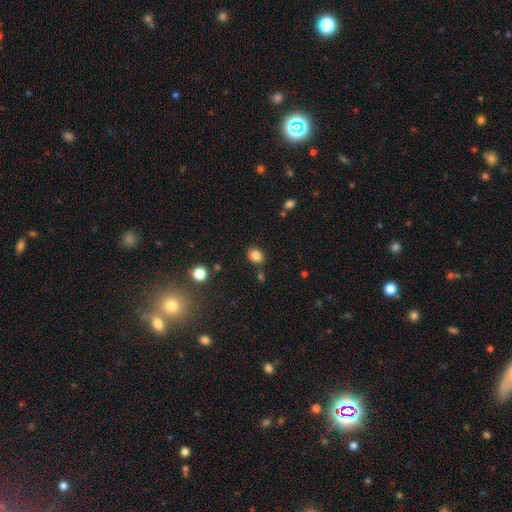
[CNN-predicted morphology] This is clearly a smooth galaxy (82%). How rounded: possibly round (53%). Merging: likely none (77%).